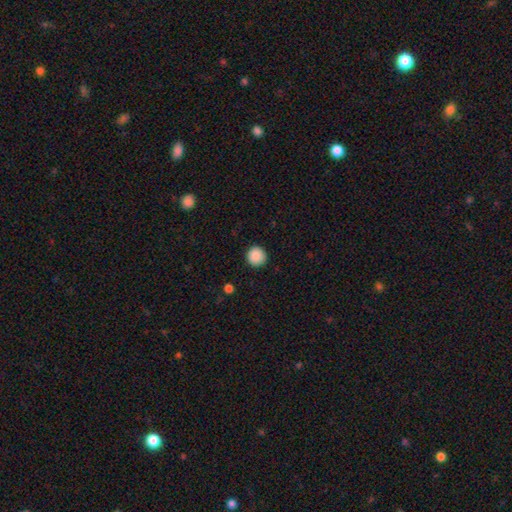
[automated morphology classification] type=smooth (89%); roundness=round (94%); merging=none (92%).